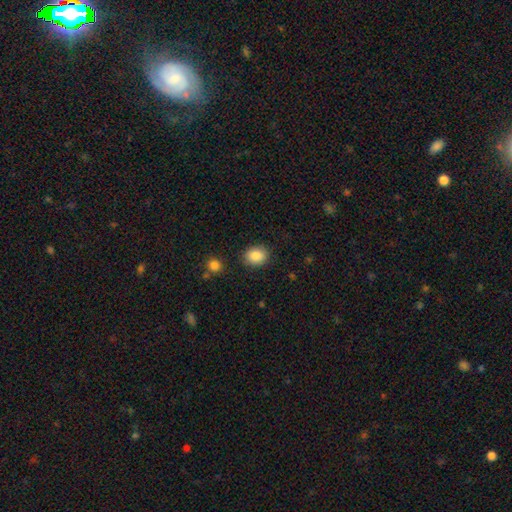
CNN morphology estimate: smooth_or_featured: smooth (p=0.87) [alt: star or artifact p=0.08]
how_rounded: round (p=0.54) [alt: in between p=0.45]
merging: none (p=0.86) [alt: minor disturbance p=0.09]